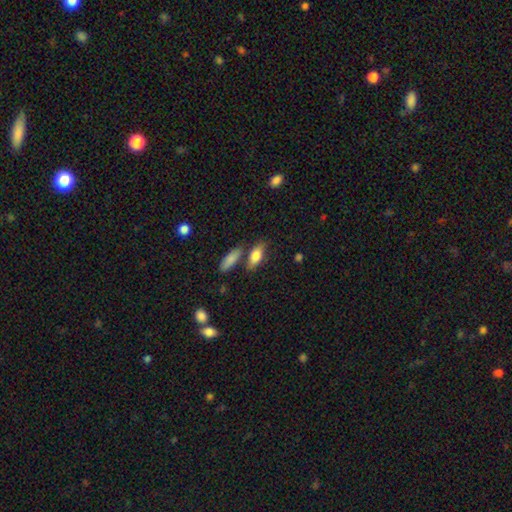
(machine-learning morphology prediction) Q: Smooth or featured?
A: smooth (79%); runner-up: featured or disk (14%)
Q: How rounded?
A: in between (77%); runner-up: cigar-shaped (18%)
Q: Merging?
A: none (66%); runner-up: merger (16%)